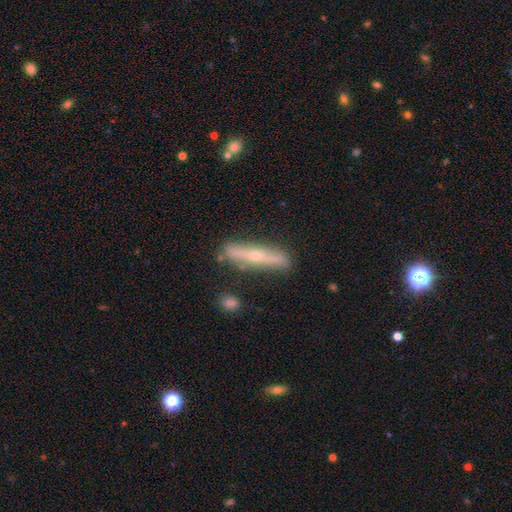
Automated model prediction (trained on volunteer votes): A featured or disk galaxy (64%) viewed edge-on (87%) with a rounded central bulge (85%).

Vote fractions:
- Smooth or featured? featured or disk: 64% / smooth: 28% / star or artifact: 8%
- Edge-on disk? yes: 87% / no: 13%
- Edge-on bulge? rounded: 85% / none: 12% / boxy: 2%
- Merging? none: 82% / minor disturbance: 13% / merger: 3% / major disturbance: 3%